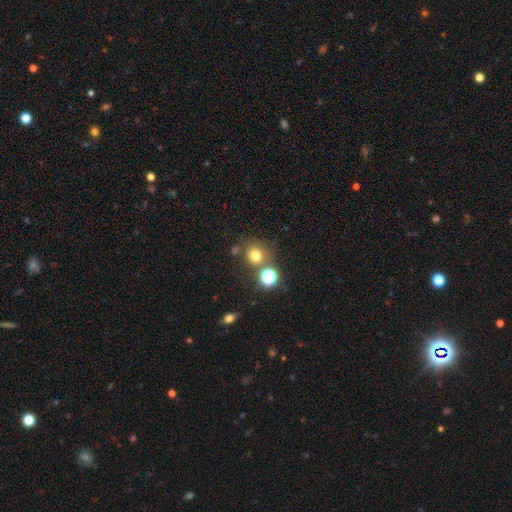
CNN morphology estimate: This is likely a smooth galaxy (73%). How rounded: clearly round (85%). Merging: likely none (69%).